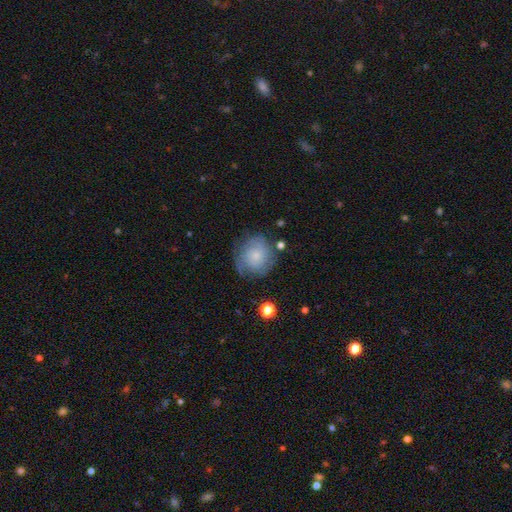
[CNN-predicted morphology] Smooth or featured?
  - smooth: 46% *
  - featured or disk: 45%
  - star or artifact: 9%
Merging?
  - none: 68% *
  - minor disturbance: 20%
  - major disturbance: 9%
  - merger: 3%